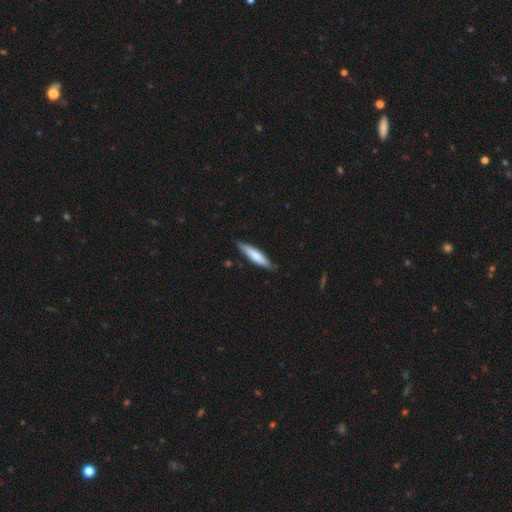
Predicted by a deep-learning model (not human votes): A smooth galaxy with no disk features (69%) that is cigar-shaped (85%). Merging: none (84%).